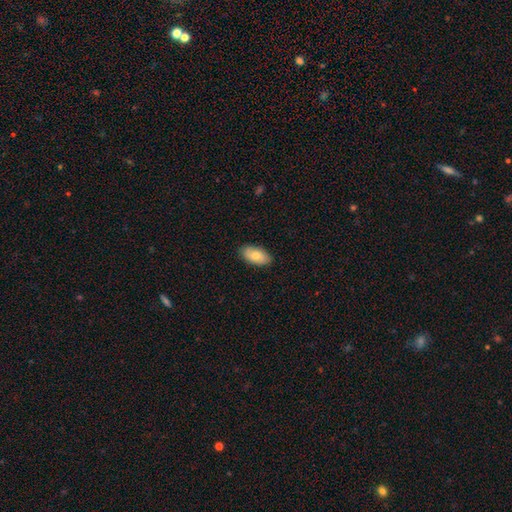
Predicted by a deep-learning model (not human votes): Q: Smooth or featured?
A: smooth (79%); runner-up: featured or disk (15%)
Q: How rounded?
A: in between (94%); runner-up: cigar-shaped (3%)
Q: Merging?
A: none (87%); runner-up: minor disturbance (11%)